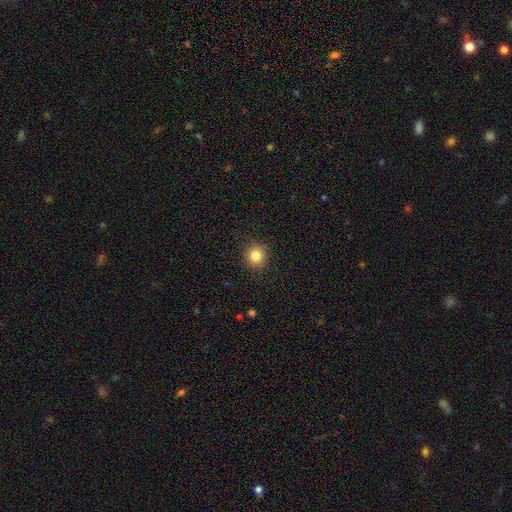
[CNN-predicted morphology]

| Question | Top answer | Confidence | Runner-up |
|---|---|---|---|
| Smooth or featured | smooth | 83% | star or artifact (11%) |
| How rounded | round | 92% | in between (7%) |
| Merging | none | 91% | minor disturbance (6%) |